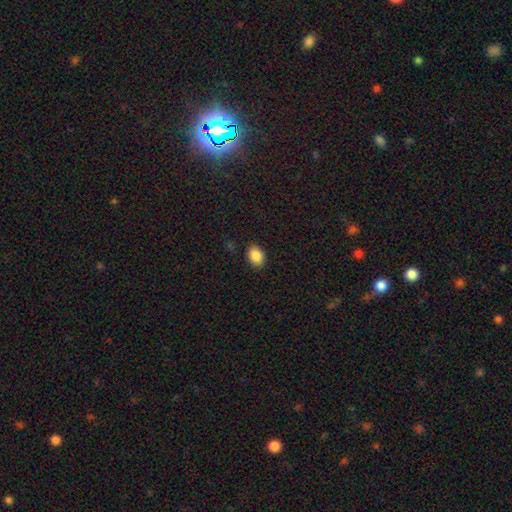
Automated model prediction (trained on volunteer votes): Morphology: type=smooth (88%); roundness=in between (74%); merging=none (88%).